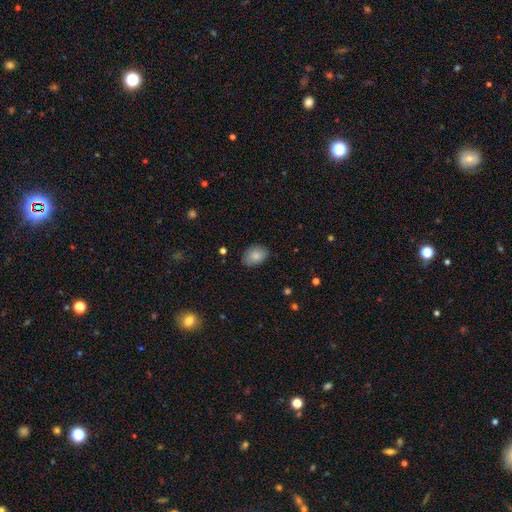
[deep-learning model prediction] smooth_or_featured: smooth (p=0.85) [alt: featured or disk p=0.08]
how_rounded: in between (p=0.82) [alt: round p=0.17]
merging: none (p=0.82) [alt: minor disturbance p=0.15]